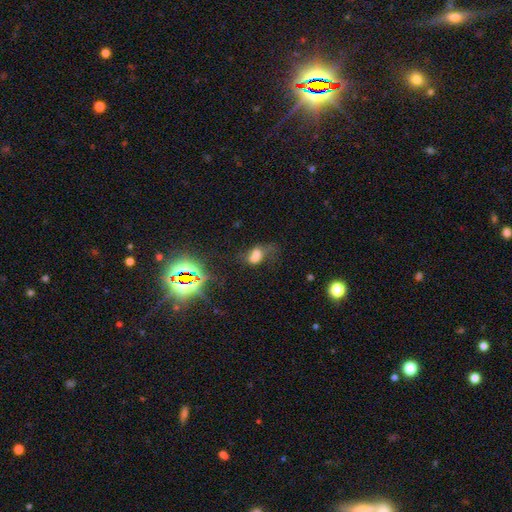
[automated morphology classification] A smooth galaxy with no disk features (55%) that is in between round and cigar-shaped (77%). Merging: major disturbance (33%).